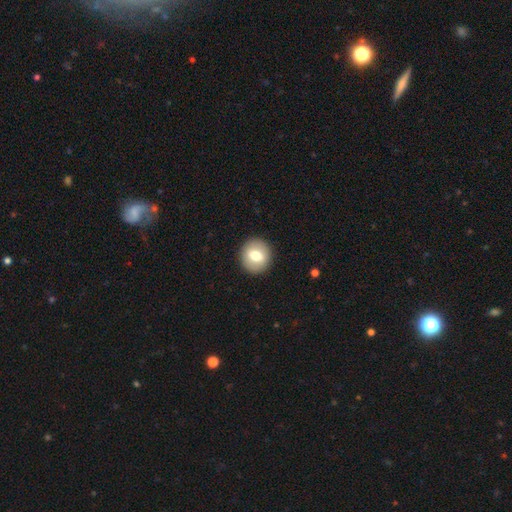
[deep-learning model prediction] Smooth or featured: smooth — 70% (featured or disk — 22%)
How rounded: round — 87% (in between — 13%)
Merging: none — 91% (minor disturbance — 6%)